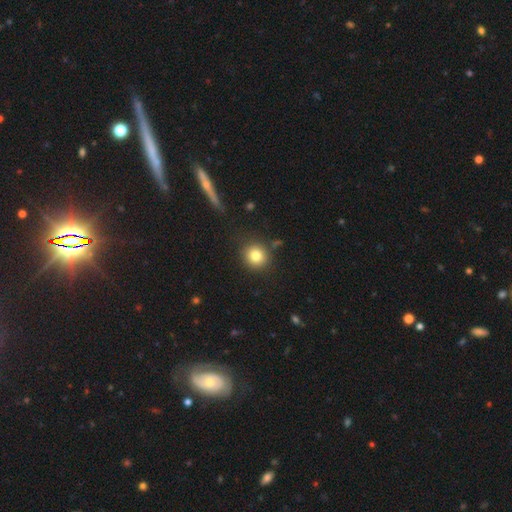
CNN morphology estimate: A smooth galaxy with no disk features (82%) that is round (91%). Merging: none (87%).